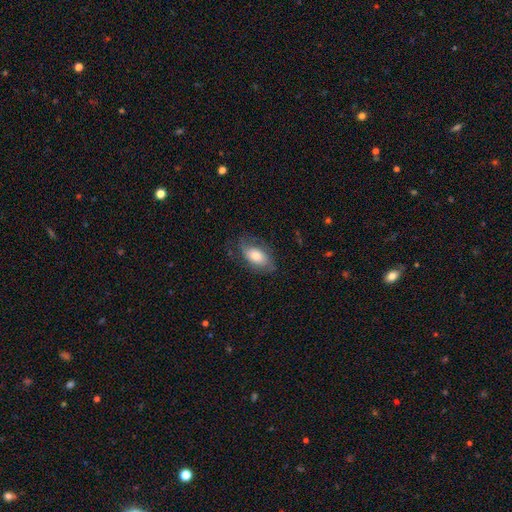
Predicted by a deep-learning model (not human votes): Q: Smooth or featured?
A: smooth (63%); runner-up: featured or disk (30%)
Q: How rounded?
A: in between (90%); runner-up: round (5%)
Q: Merging?
A: none (66%); runner-up: minor disturbance (23%)